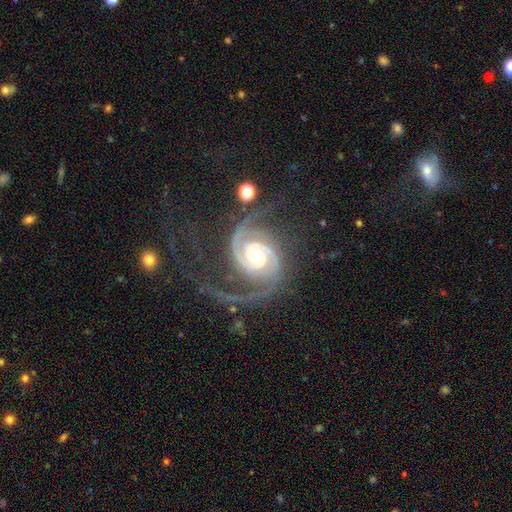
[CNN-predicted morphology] Overall: featured or disk (93%). Edge-on disk: no (98%). Bar: no (63%; weak 25%). Spiral arms: yes (99%). Spiral arm count: 2 (72%). Spiral winding: tight (47%; medium 42%). Bulge size: moderate (63%; small 29%). Merging: none (57%; major disturbance 23%).